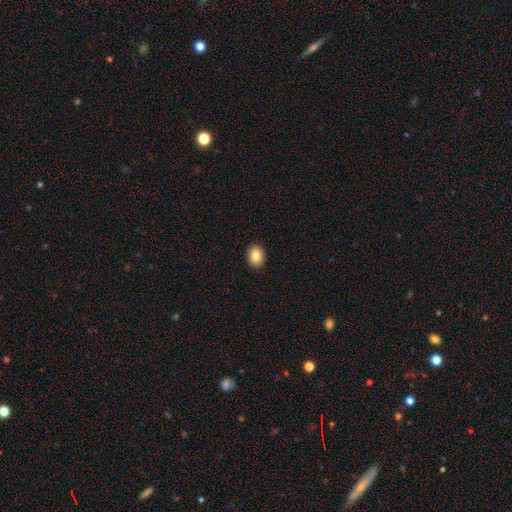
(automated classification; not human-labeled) smooth_or_featured: smooth (p=0.86) [alt: star or artifact p=0.08]
how_rounded: in between (p=0.58) [alt: round p=0.41]
merging: none (p=0.92) [alt: minor disturbance p=0.06]